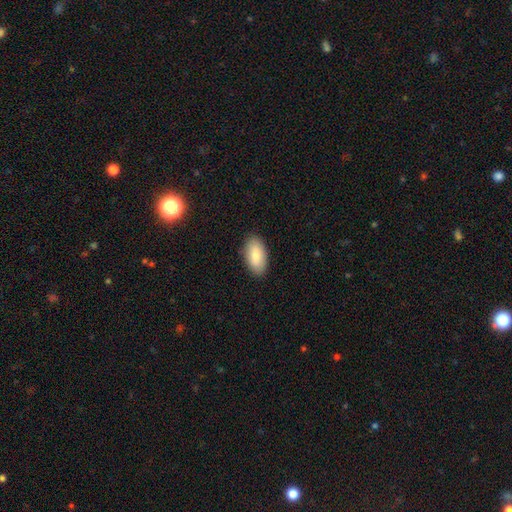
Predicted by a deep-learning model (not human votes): Morphology: type=smooth (84%); roundness=in between (94%); merging=none (88%).